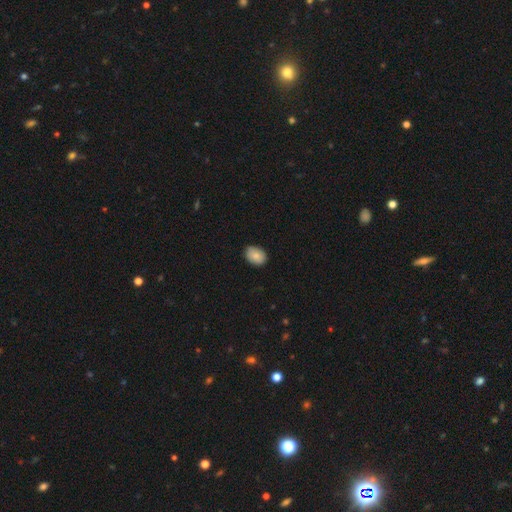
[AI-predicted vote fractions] Smooth or featured: smooth — 86% (featured or disk — 7%)
How rounded: in between — 75% (round — 24%)
Merging: none — 87% (minor disturbance — 10%)